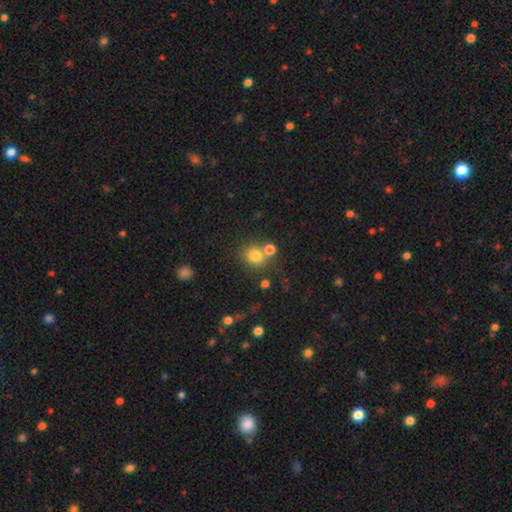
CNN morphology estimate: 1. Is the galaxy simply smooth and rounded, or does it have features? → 78% smooth, 14% star or artifact, 8% featured or disk.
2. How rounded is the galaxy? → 79% round, 20% in between, 1% cigar-shaped.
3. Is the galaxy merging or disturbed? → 60% none, 26% merger, 10% minor disturbance, 4% major disturbance.